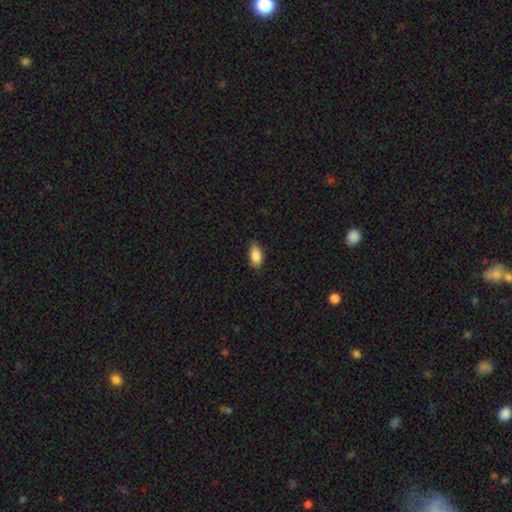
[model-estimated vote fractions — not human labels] smooth_or_featured: smooth (p=0.88) [alt: star or artifact p=0.07]
how_rounded: in between (p=0.92) [alt: round p=0.04]
merging: none (p=0.81) [alt: minor disturbance p=0.15]